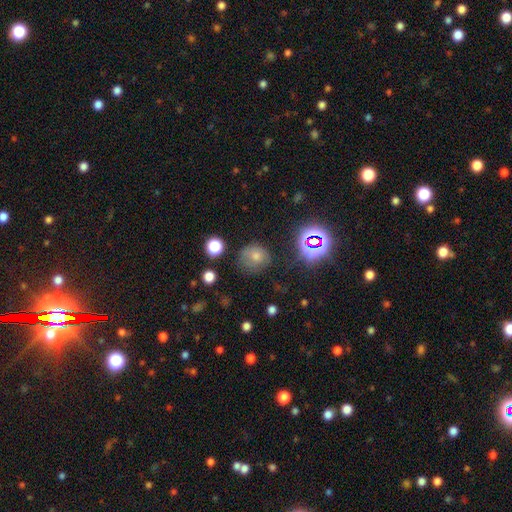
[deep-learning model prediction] Smooth or featured? Predicted: smooth (p=0.59). How rounded? Predicted: round (p=0.80). Merging? Predicted: none (p=0.68).